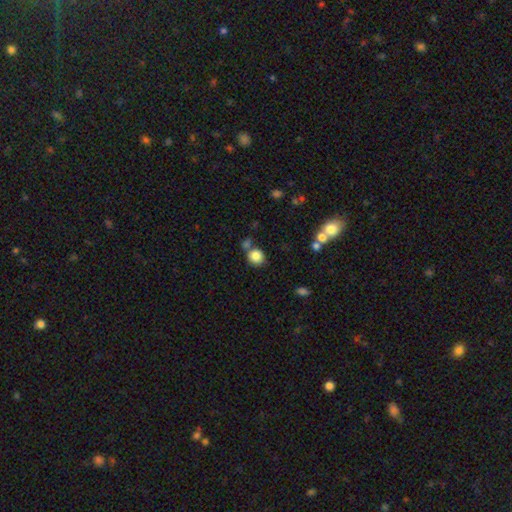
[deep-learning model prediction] A smooth galaxy with no disk features (83%) that is round (83%). Merging: none (65%).